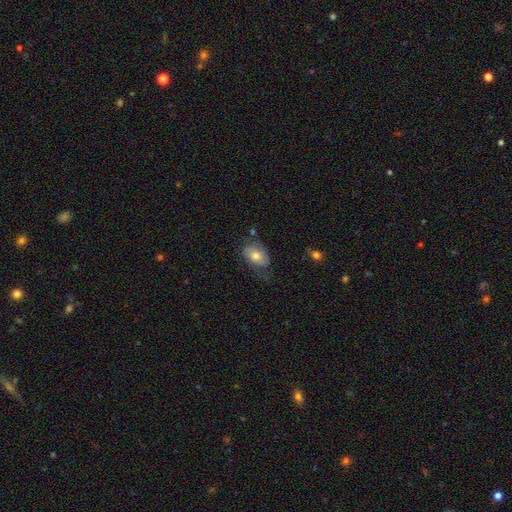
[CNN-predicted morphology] Overall: smooth (71%). How rounded: in between (86%). Merging: none (54%; minor disturbance 30%).